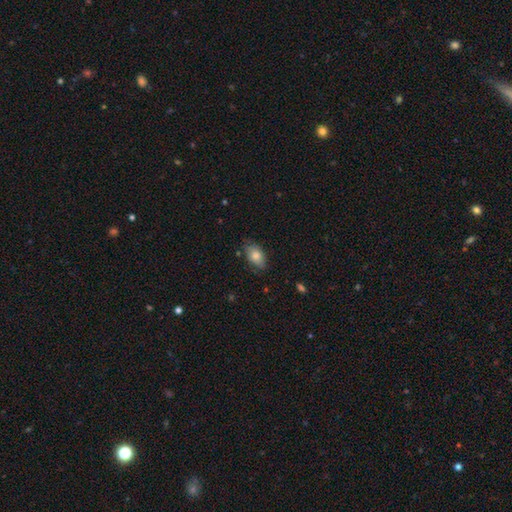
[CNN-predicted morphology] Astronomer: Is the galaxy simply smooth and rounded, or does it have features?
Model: smooth — 79%.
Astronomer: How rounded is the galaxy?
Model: in between — 90%.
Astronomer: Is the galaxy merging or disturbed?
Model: none — 74%.